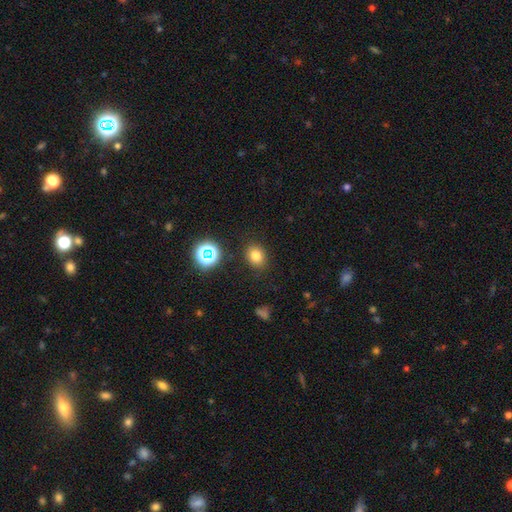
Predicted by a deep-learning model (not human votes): Smooth or featured? smooth (77%)
How rounded? round (53%)
Merging? none (86%)